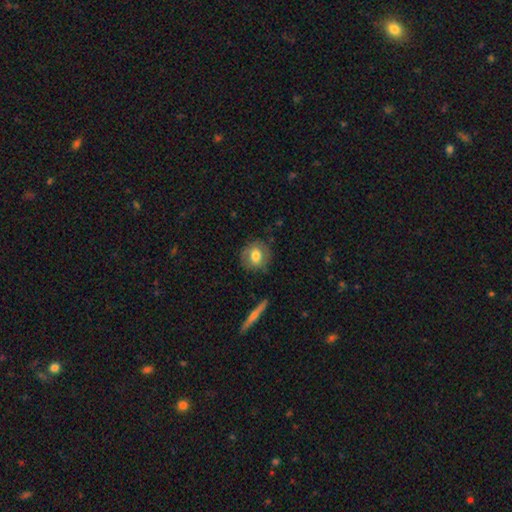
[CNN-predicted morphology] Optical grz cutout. It shows a smooth galaxy with no disk features (71%) that is round (75%). Merging: none (79%).